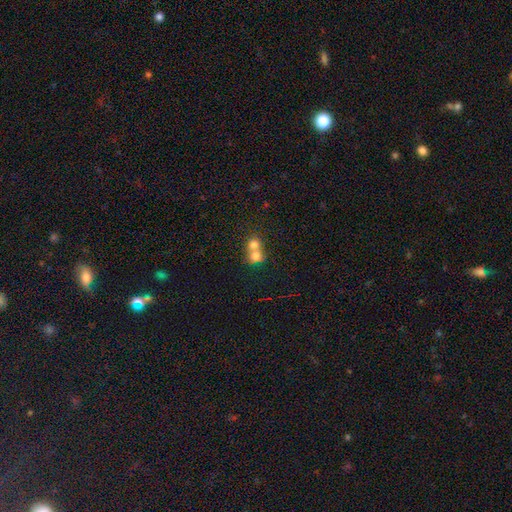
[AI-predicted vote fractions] A smooth galaxy with no disk features (74%) that is round (75%). Merging: merger (70%).